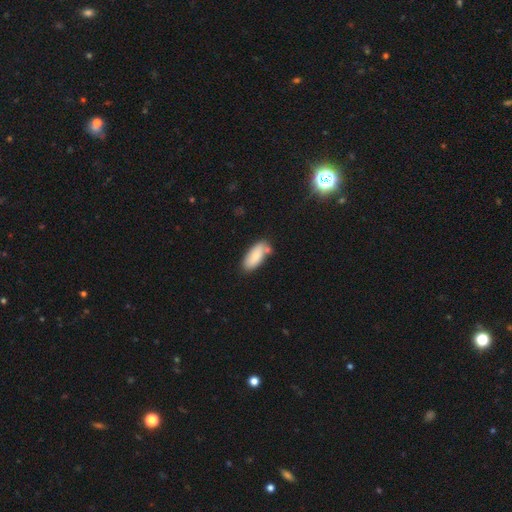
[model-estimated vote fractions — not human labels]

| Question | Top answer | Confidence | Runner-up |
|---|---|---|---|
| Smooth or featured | smooth | 82% | featured or disk (11%) |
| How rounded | in between | 83% | cigar-shaped (15%) |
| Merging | none | 65% | minor disturbance (19%) |